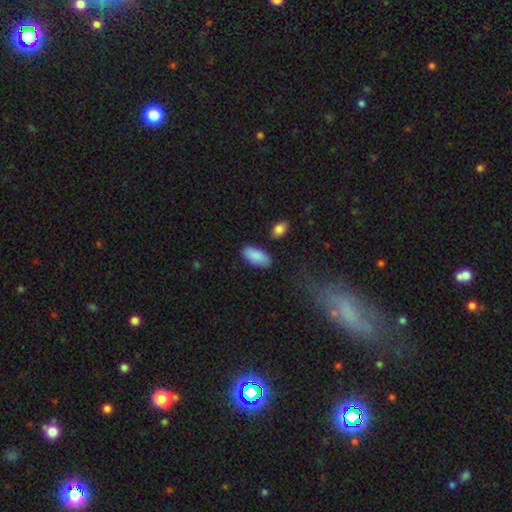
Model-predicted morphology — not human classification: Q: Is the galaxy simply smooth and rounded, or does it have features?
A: smooth — 88%.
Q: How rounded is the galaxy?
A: in between — 91%.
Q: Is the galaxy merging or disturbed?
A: none — 80%.